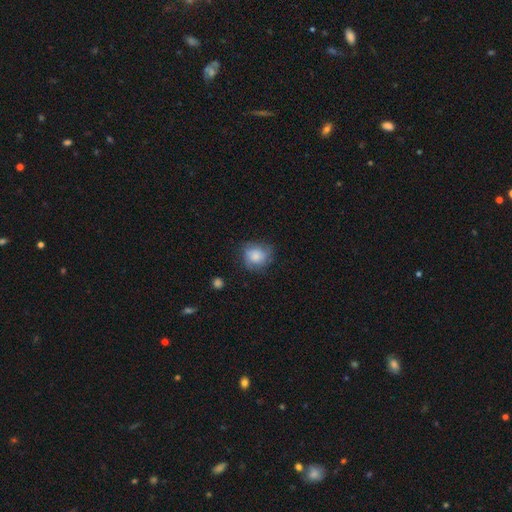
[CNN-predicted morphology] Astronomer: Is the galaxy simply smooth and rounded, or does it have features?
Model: smooth — 76%.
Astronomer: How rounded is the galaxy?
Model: round — 77%.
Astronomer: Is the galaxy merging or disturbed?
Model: none — 64%.